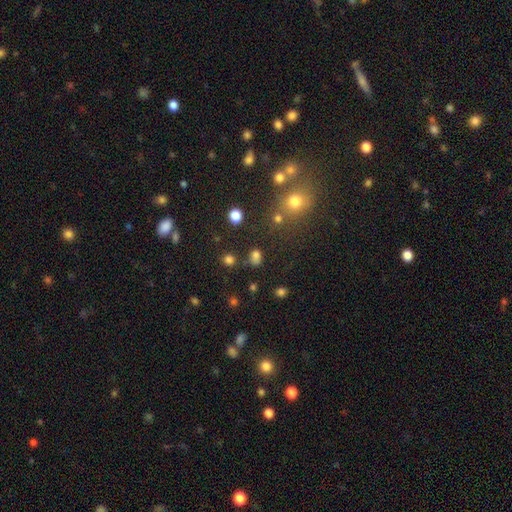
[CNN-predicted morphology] A smooth galaxy with no disk features (73%) that is in between round and cigar-shaped (55%). Merging: none (69%).